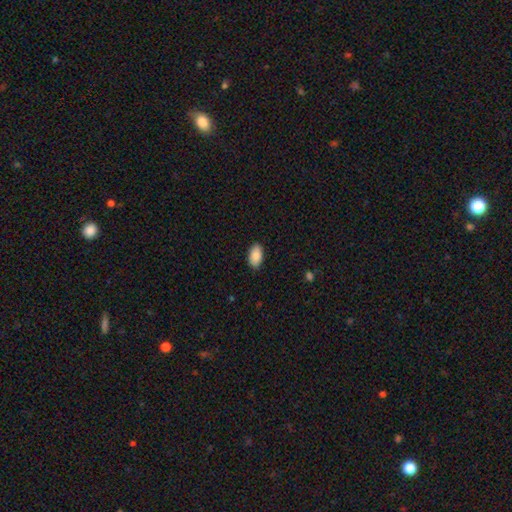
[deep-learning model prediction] Smooth or featured: smooth — 89% (star or artifact — 7%)
How rounded: in between — 94% (round — 4%)
Merging: none — 88% (minor disturbance — 9%)